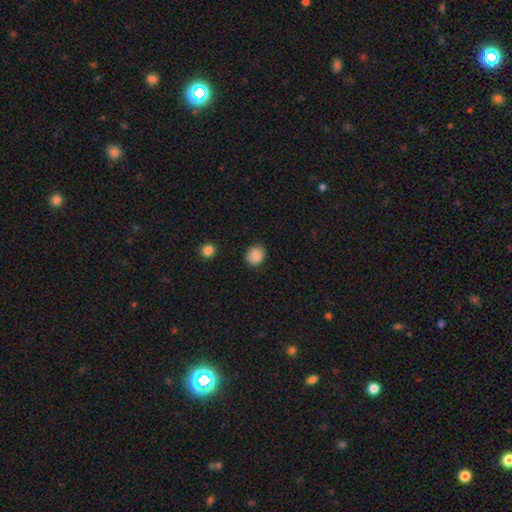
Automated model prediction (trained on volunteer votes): A smooth galaxy with no disk features (87%) that is round (75%).

Vote fractions:
- Smooth or featured? smooth: 87% / star or artifact: 9% / featured or disk: 4%
- How rounded? round: 75% / in between: 24% / cigar-shaped: 1%
- Merging? none: 87% / minor disturbance: 9% / major disturbance: 2% / merger: 1%